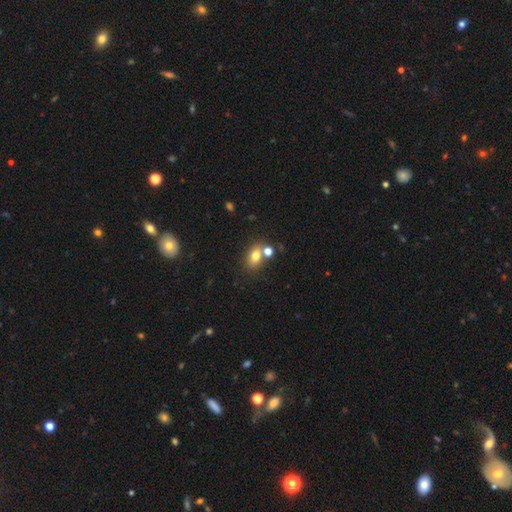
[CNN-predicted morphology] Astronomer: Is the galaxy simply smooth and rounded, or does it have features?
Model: smooth — 76%.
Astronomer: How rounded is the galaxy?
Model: in between — 70%.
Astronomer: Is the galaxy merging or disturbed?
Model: none — 58%.